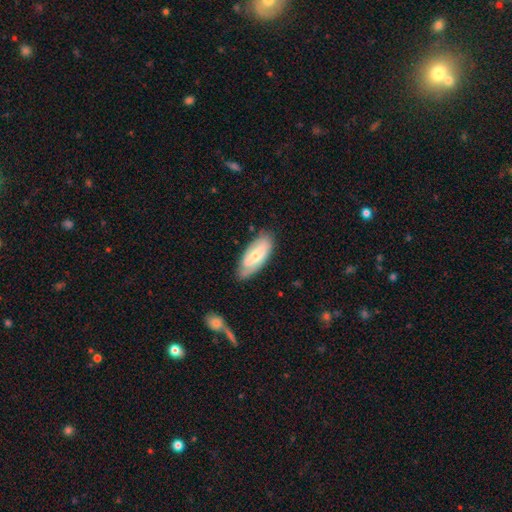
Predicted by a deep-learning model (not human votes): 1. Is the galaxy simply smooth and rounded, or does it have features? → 51% featured or disk, 43% smooth, 6% star or artifact.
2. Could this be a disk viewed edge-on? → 87% no, 13% yes.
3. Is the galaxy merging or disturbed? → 76% none, 18% minor disturbance, 4% major disturbance, 2% merger.